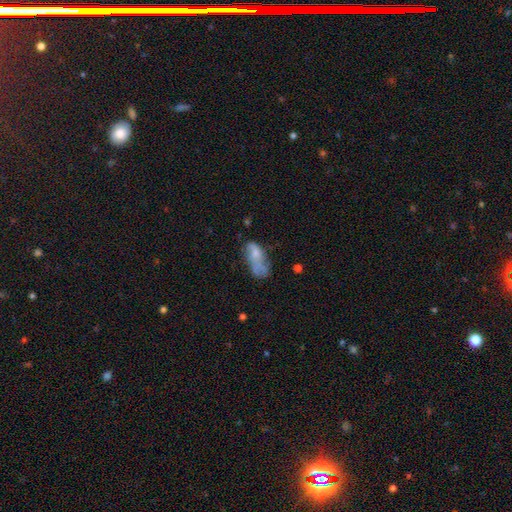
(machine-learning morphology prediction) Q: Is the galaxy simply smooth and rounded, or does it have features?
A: smooth — 49%.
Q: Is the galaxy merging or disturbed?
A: major disturbance — 32%.